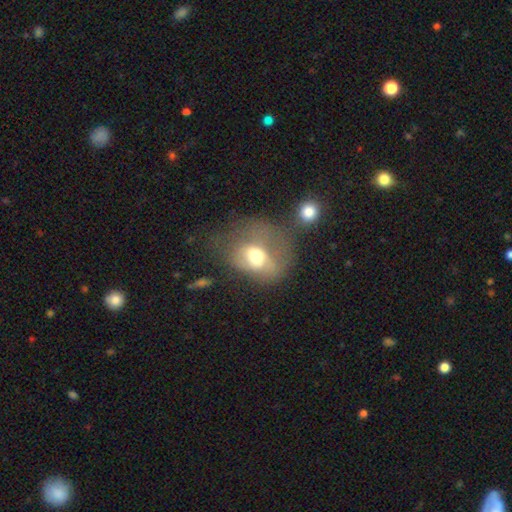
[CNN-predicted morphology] A smooth galaxy with no disk features (55%) that is in between round and cigar-shaped (61%).

Vote fractions:
- Smooth or featured? smooth: 55% / featured or disk: 35% / star or artifact: 10%
- How rounded? in between: 61% / round: 37% / cigar-shaped: 1%
- Merging? major disturbance: 43% / none: 21% / minor disturbance: 19% / merger: 16%